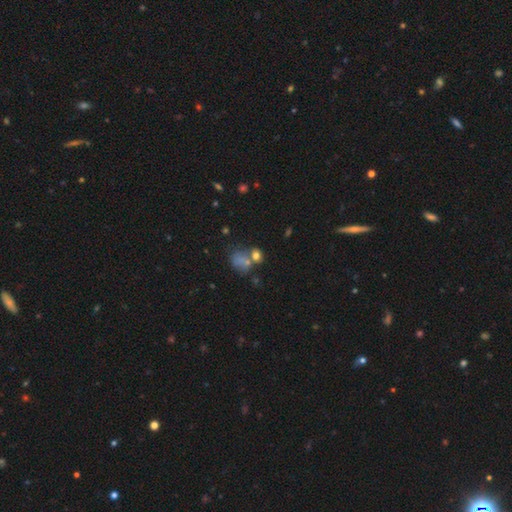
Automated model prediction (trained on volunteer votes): This appears to be a smooth galaxy with no disk features (67%) that is round (55%). Merging: none (43%).